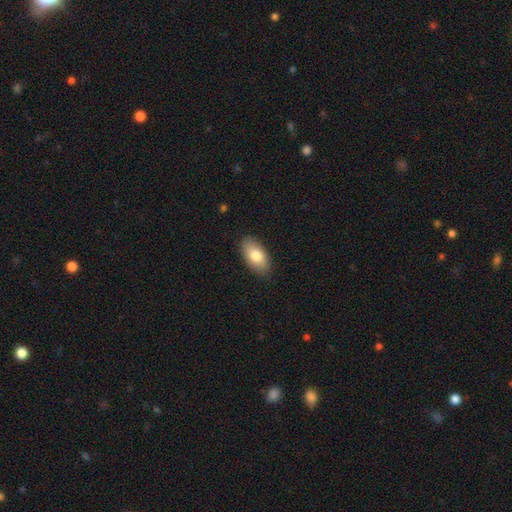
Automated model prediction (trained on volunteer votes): Smooth or featured?
  - smooth: 79% *
  - featured or disk: 15%
  - star or artifact: 6%
How rounded?
  - in between: 93% *
  - round: 3%
  - cigar-shaped: 3%
Merging?
  - none: 87% *
  - minor disturbance: 10%
  - major disturbance: 2%
  - merger: 1%